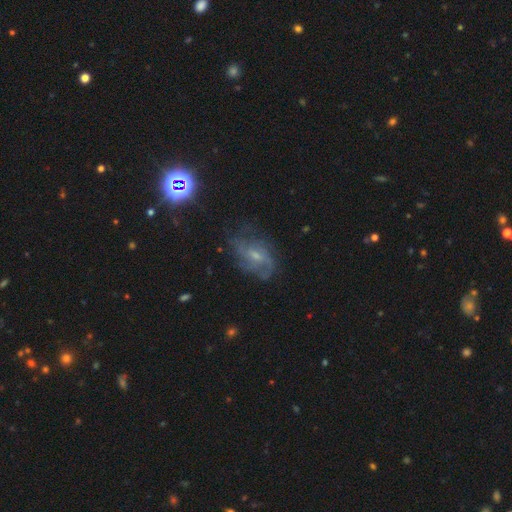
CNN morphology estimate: A featured or disk galaxy (66%) with no bar (48%), spiral arms (77%) and a small central bulge (60%).

Vote fractions:
- Smooth or featured? featured or disk: 66% / smooth: 22% / star or artifact: 13%
- Edge-on disk? no: 95% / yes: 5%
- Bar? no: 48% / weak: 43% / strong: 8%
- Spiral arms? yes: 77% / no: 23%
- Bulge size? small: 60% / moderate: 30% / none: 7% / large: 2% / dominant: 1%
- Merging? none: 54% / minor disturbance: 25% / major disturbance: 18% / merger: 2%